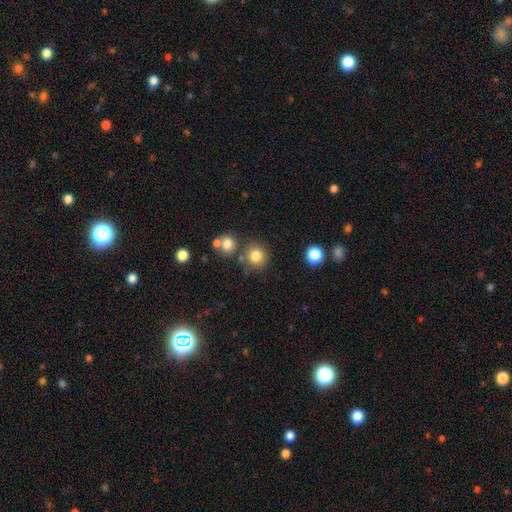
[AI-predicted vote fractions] This appears to be a smooth galaxy with no disk features (81%) that is round (89%). Merging: none (71%).